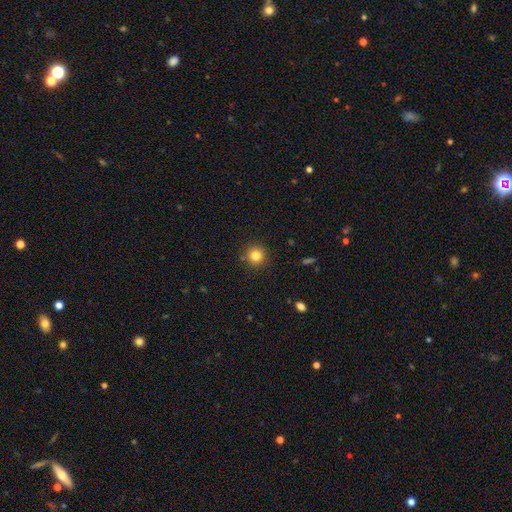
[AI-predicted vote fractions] This is clearly a smooth galaxy (82%). How rounded: clearly round (94%). Merging: clearly none (89%).